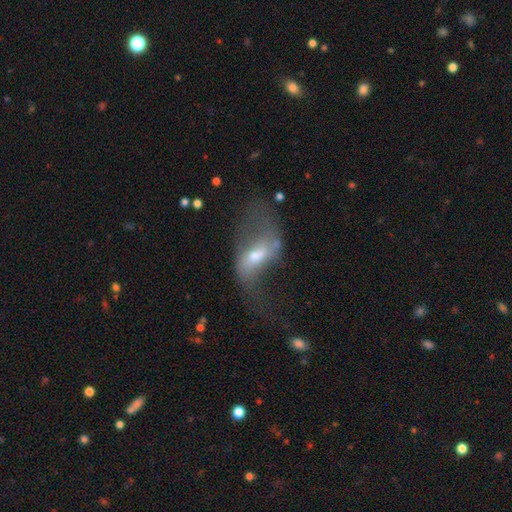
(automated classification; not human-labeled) Smooth or featured: featured or disk — 70% (smooth — 22%)
Edge-on disk: no — 92% (yes — 8%)
Bar: weak — 45% (no — 31%)
Spiral arms: yes — 75% (no — 25%)
Bulge size: moderate — 53% (small — 35%)
Merging: major disturbance — 43% (none — 33%)